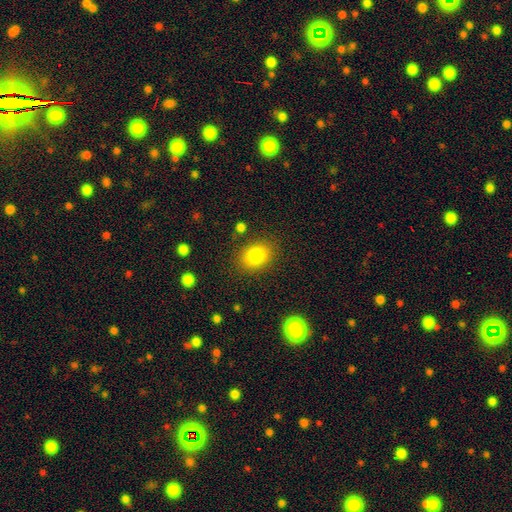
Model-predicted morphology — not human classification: Smooth or featured? smooth (82%)
How rounded? in between (64%)
Merging? none (84%)